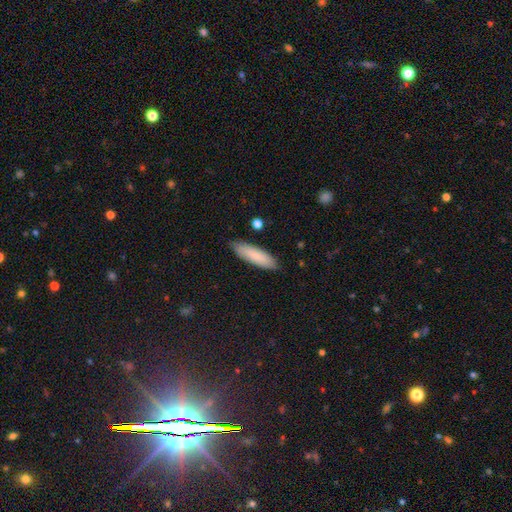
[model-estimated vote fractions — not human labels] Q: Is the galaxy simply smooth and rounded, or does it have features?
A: smooth — 83%.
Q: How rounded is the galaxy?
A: cigar-shaped — 59%.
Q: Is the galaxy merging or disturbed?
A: none — 86%.